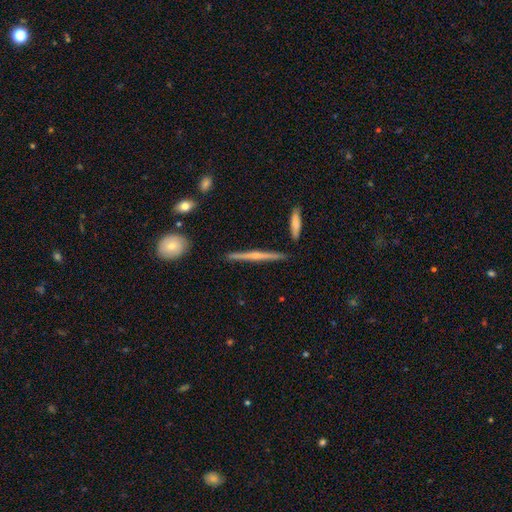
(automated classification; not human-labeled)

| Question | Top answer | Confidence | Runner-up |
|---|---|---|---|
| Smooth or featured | featured or disk | 75% | smooth (18%) |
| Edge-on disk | yes | 98% | no (2%) |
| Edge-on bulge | rounded | 76% | none (18%) |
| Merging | none | 90% | minor disturbance (7%) |